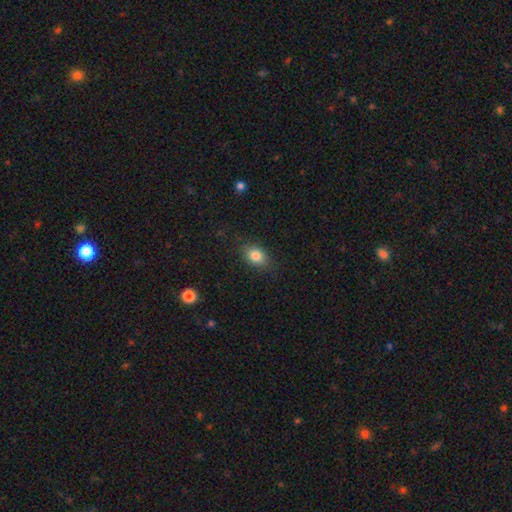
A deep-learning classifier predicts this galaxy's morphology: Smooth or featured? Predicted: smooth (p=0.83). How rounded? Predicted: in between (p=0.75). Merging? Predicted: none (p=0.83).